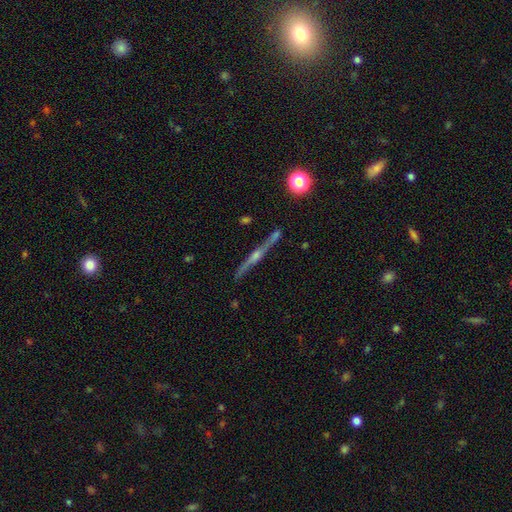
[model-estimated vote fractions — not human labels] smooth-or-featured: featured or disk: 82% | smooth: 11% | star or artifact: 7%
  disk-edge-on: yes: 97% | no: 3%
    edge-on-bulge: rounded: 87% | none: 6% | boxy: 6%
  merging: none: 86% | minor disturbance: 9% | merger: 3% | major disturbance: 2%